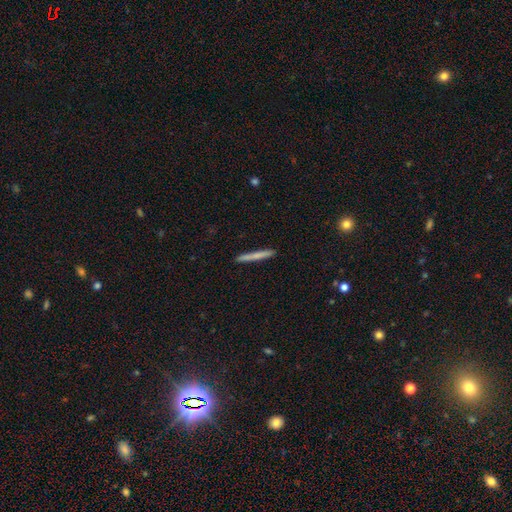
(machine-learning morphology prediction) smooth-or-featured: smooth: 68% | featured or disk: 27% | star or artifact: 6%
  how-rounded: cigar-shaped: 97% | in between: 2% | round: 1%
  merging: none: 92% | minor disturbance: 6% | major disturbance: 1% | merger: 1%